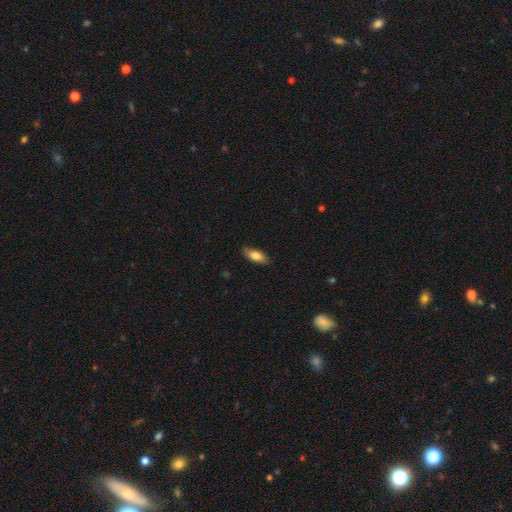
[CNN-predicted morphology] smooth-or-featured: smooth: 81% | featured or disk: 12% | star or artifact: 6%
  how-rounded: in between: 80% | cigar-shaped: 17% | round: 2%
  merging: none: 82% | minor disturbance: 14% | major disturbance: 3% | merger: 1%